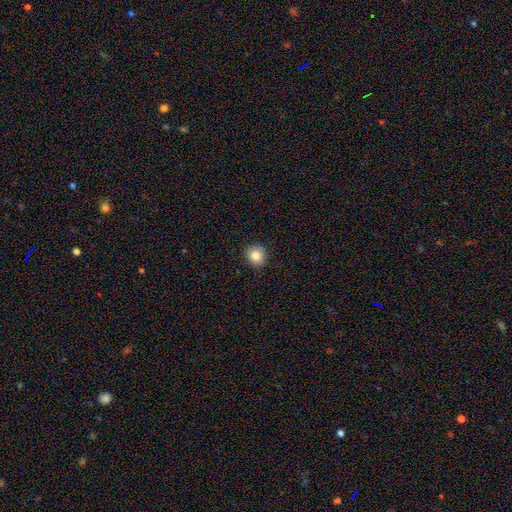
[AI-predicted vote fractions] Smooth or featured?
  - smooth: 84% *
  - star or artifact: 10%
  - featured or disk: 6%
How rounded?
  - round: 85% *
  - in between: 14%
  - cigar-shaped: 1%
Merging?
  - none: 90% *
  - minor disturbance: 7%
  - major disturbance: 2%
  - merger: 1%